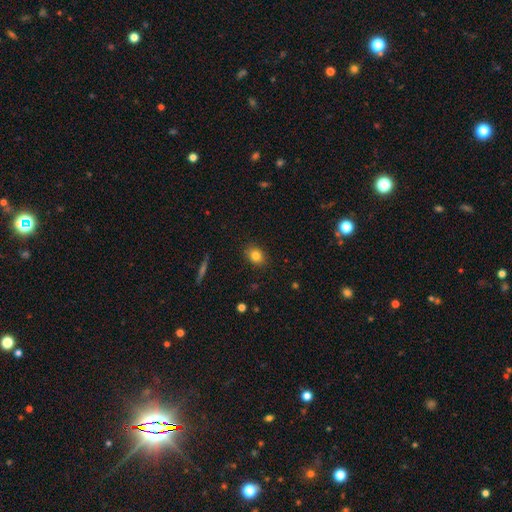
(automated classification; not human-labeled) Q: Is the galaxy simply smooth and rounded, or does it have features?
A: smooth — 81%.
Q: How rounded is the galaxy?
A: in between — 50%.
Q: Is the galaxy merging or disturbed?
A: none — 88%.